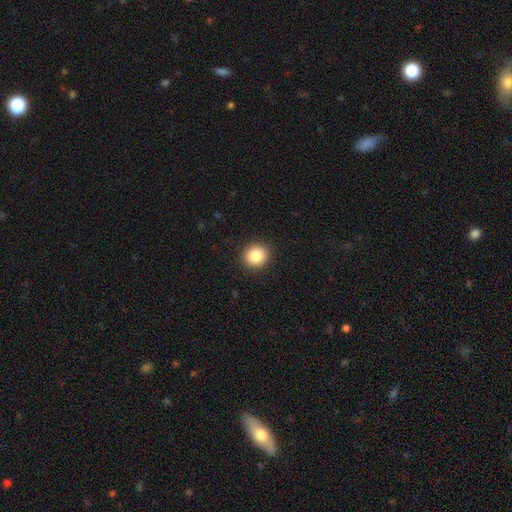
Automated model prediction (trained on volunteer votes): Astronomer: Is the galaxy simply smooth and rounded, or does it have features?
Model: smooth — 86%.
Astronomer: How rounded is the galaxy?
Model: round — 85%.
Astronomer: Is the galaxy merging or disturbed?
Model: none — 91%.